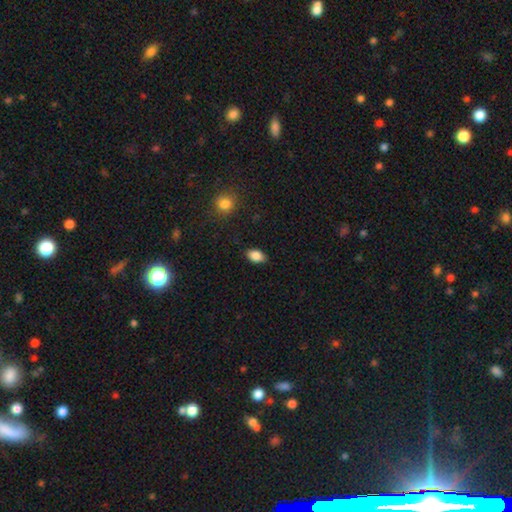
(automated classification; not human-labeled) Overall: smooth (86%). How rounded: in between (87%). Merging: none (84%).